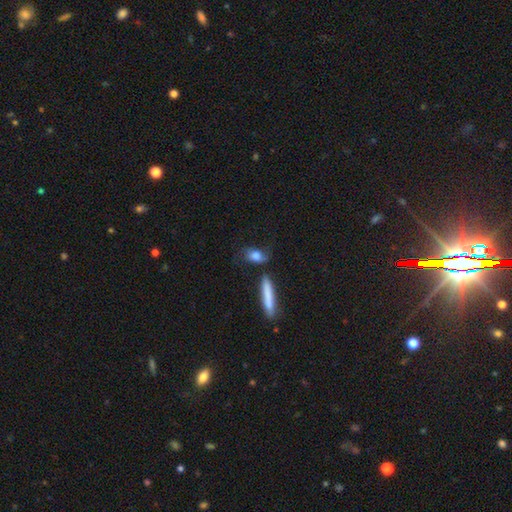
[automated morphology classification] This appears to be a smooth galaxy with no disk features (66%) that is in between round and cigar-shaped (65%). Merging: none (55%).